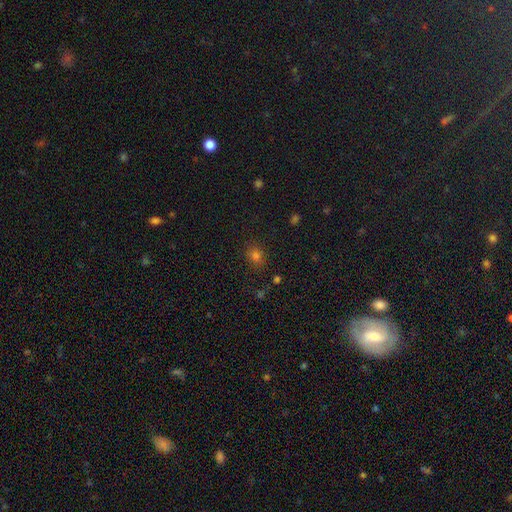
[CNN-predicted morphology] Smooth or featured? smooth (73%)
How rounded? round (63%)
Merging? none (83%)